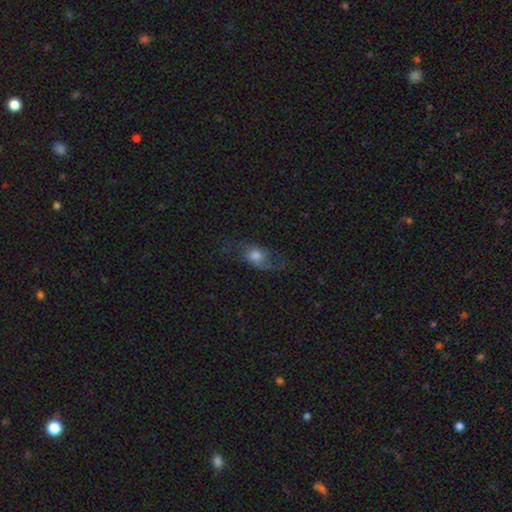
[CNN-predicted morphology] Smooth or featured? Predicted: featured or disk (p=0.44, tied with smooth). Merging? Predicted: none (p=0.55).